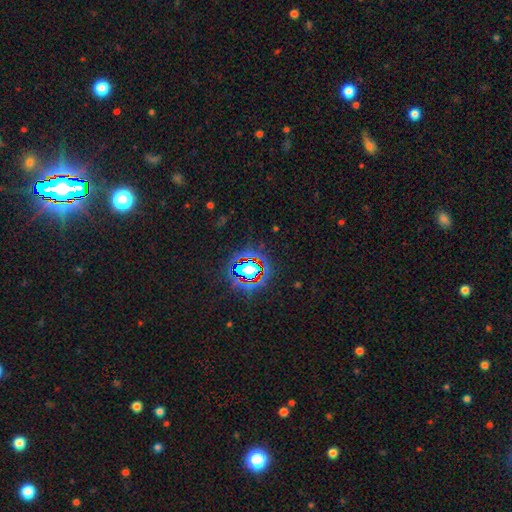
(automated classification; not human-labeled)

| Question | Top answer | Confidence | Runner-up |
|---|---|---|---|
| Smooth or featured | star or artifact | 81% | smooth (11%) |